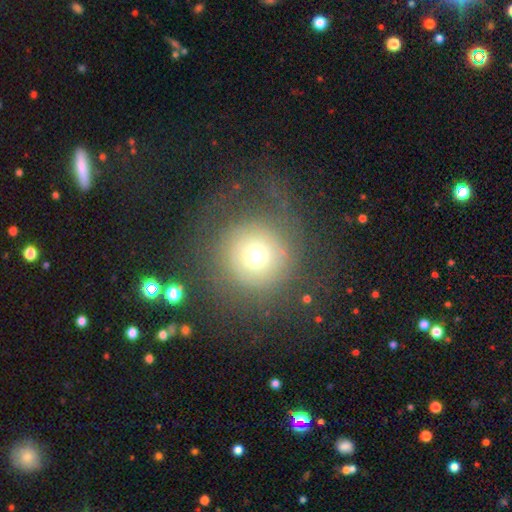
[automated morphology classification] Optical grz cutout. It shows a smooth galaxy with no disk features (60%) that is round (95%). Merging: none (64%).